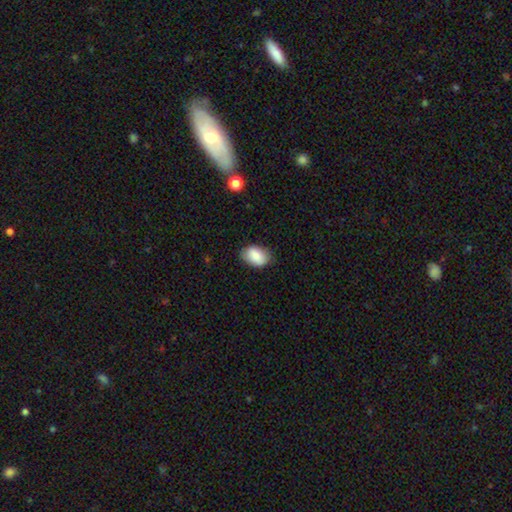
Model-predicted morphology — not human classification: smooth_or_featured: smooth (p=0.81) [alt: featured or disk p=0.12]
how_rounded: in between (p=0.84) [alt: round p=0.15]
merging: none (p=0.80) [alt: minor disturbance p=0.16]